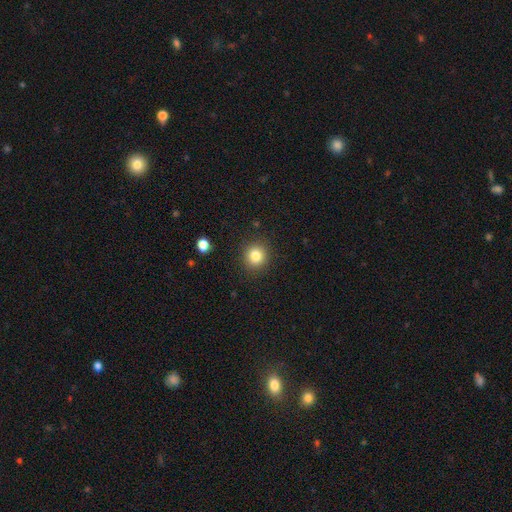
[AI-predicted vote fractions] Smooth or featured? smooth (83%)
How rounded? round (89%)
Merging? none (90%)